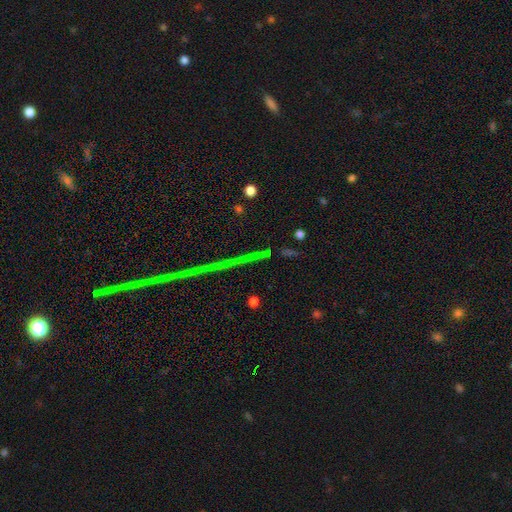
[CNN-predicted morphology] Q: Smooth or featured?
A: star or artifact (74%); runner-up: featured or disk (14%)